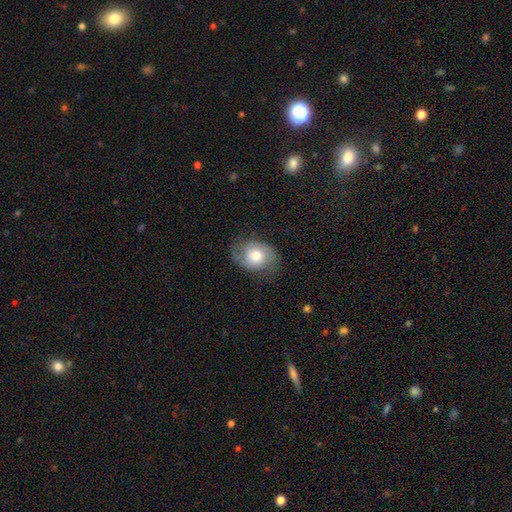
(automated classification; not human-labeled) Q: Smooth or featured?
A: smooth (57%); runner-up: featured or disk (35%)
Q: How rounded?
A: in between (60%); runner-up: round (39%)
Q: Merging?
A: none (65%); runner-up: minor disturbance (24%)